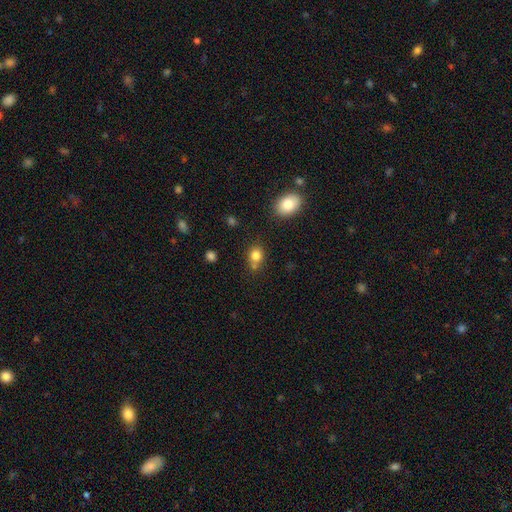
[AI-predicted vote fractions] The model was most divided on "how rounded": round: 69%, in between: 30%, cigar-shaped: 1%. More confident: smooth or featured — smooth (81%); merging — none (62%).